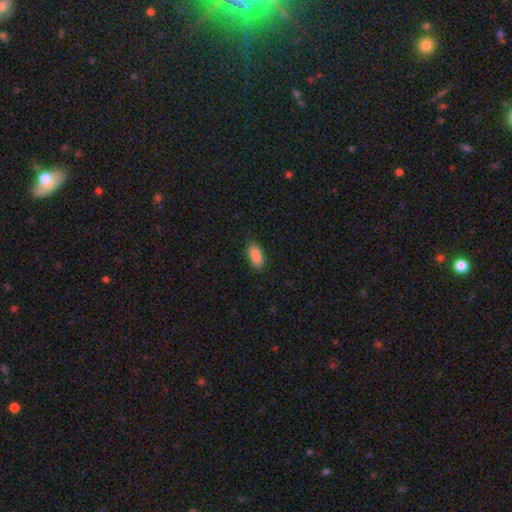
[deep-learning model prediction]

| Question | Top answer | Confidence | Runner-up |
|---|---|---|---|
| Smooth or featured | smooth | 89% | star or artifact (7%) |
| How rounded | in between | 86% | cigar-shaped (11%) |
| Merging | none | 86% | minor disturbance (11%) |